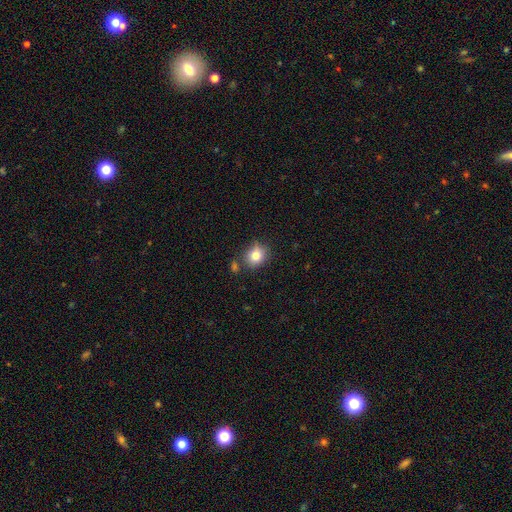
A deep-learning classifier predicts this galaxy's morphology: A smooth galaxy with no disk features (81%) that is round (66%). Merging: none (73%).